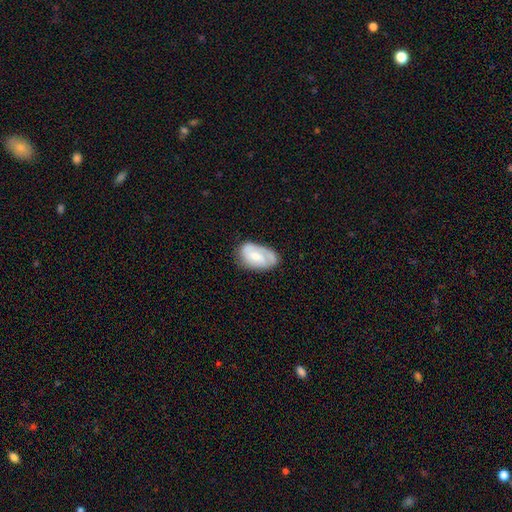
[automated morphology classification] Q: Smooth or featured?
A: featured or disk (55%); runner-up: smooth (38%)
Q: Edge-on disk?
A: no (96%); runner-up: yes (4%)
Q: Bar?
A: no (48%); runner-up: weak (42%)
Q: Spiral arms?
A: yes (84%); runner-up: no (16%)
Q: Bulge size?
A: moderate (42%); tied with: small (42%)
Q: Merging?
A: none (63%); runner-up: minor disturbance (26%)